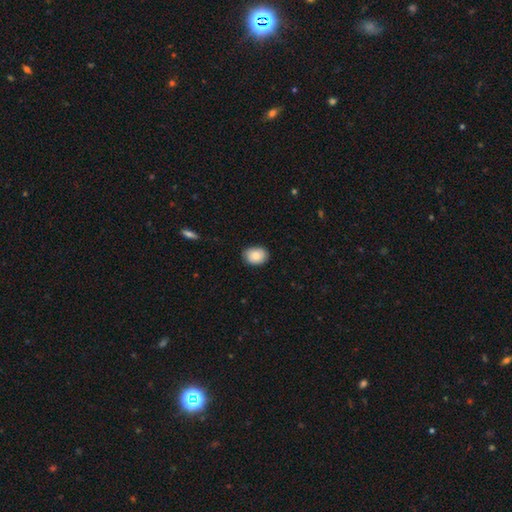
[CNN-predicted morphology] This is clearly a smooth galaxy (85%). How rounded: likely in between (68%). Merging: clearly none (83%).